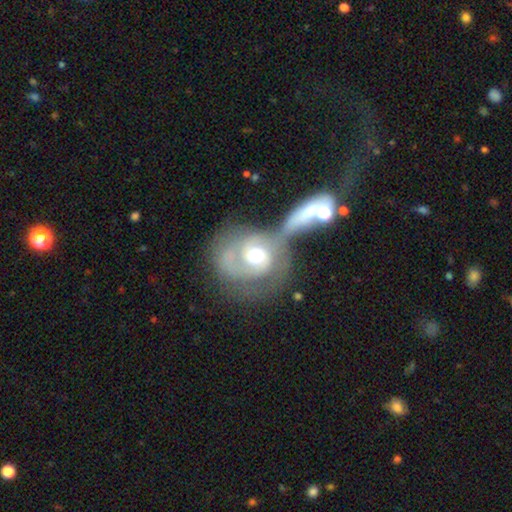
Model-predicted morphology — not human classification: smooth-or-featured: featured or disk: 72% | smooth: 21% | star or artifact: 7%
  disk-edge-on: no: 96% | yes: 4%
    bar: no: 70% | weak: 23% | strong: 6%
    has-spiral-arms: yes: 82% | no: 18%
      spiral-winding: tight: 43% | medium: 37% | loose: 20%
      spiral-arm-count: 2: 55% | can't tell: 20% | 1: 17% | 3: 5% | 4: 2% | more than 4: 2%
    bulge-size: moderate: 72% | small: 14% | large: 10% | dominant: 2% | none: 1%
  merging: merger: 60% | none: 17% | major disturbance: 13% | minor disturbance: 9%